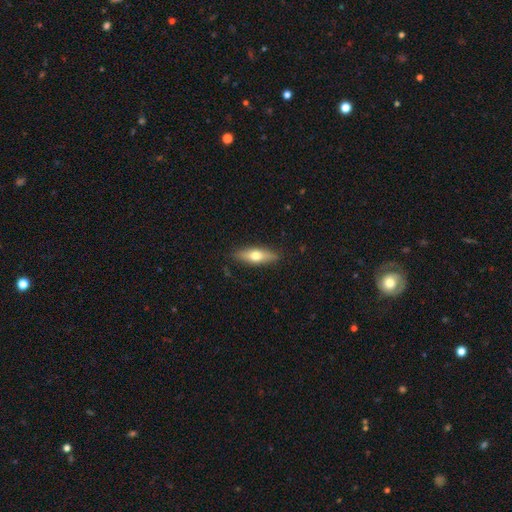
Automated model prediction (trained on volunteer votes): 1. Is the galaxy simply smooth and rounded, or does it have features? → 58% smooth, 36% featured or disk, 6% star or artifact.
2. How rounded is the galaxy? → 49% cigar-shaped, 48% in between, 3% round.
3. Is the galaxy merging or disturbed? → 87% none, 9% minor disturbance, 2% major disturbance, 1% merger.